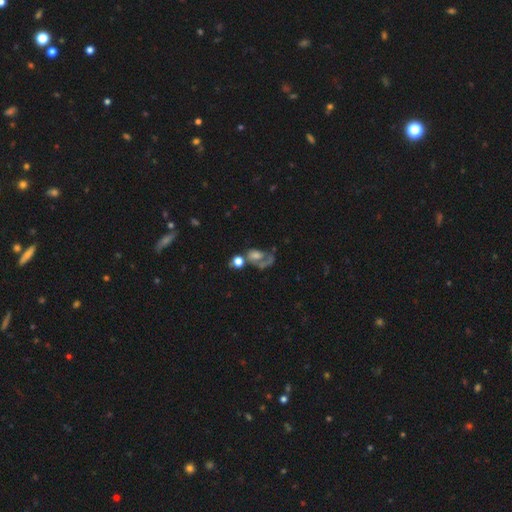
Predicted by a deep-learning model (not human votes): A featured or disk galaxy (41%).

Vote fractions:
- Smooth or featured? featured or disk: 41% / smooth: 38% / star or artifact: 21%
- Merging? major disturbance: 31% / none: 29% / merger: 27% / minor disturbance: 13%